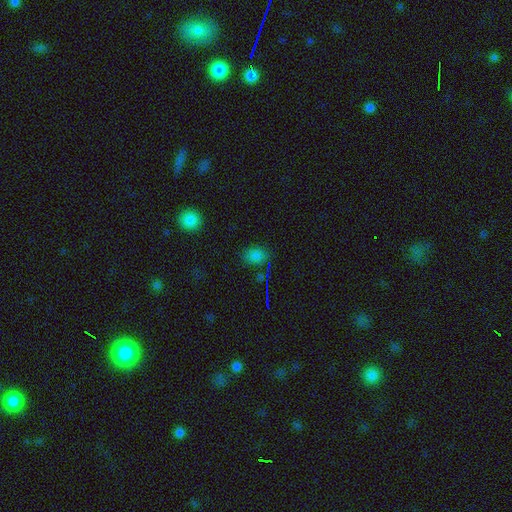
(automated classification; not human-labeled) The model was most divided on "how rounded": in between: 75%, round: 24%, cigar-shaped: 2%. More confident: merging — none (82%); smooth or featured — smooth (76%).